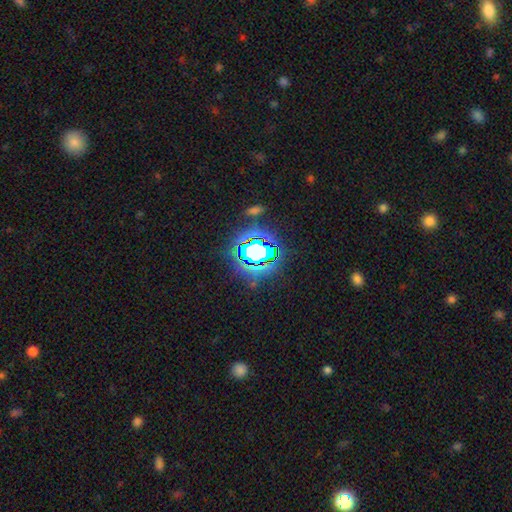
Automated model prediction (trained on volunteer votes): Smooth or featured? Predicted: star or artifact (p=0.82).